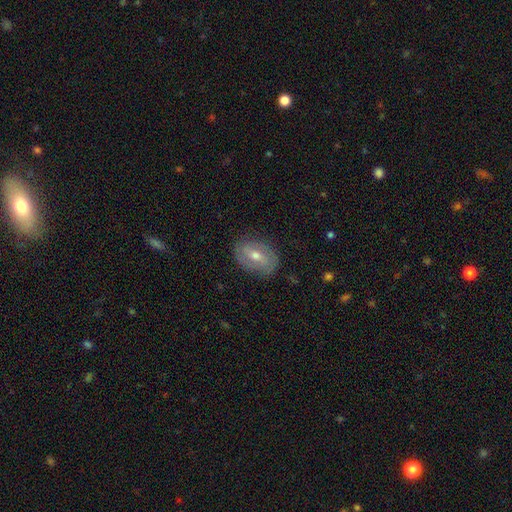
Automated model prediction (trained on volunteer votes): Morphology: type=featured or disk (58%); edge-on=no (93%); bar=weak (45%); spiral arms=yes (64%); bulge=moderate (64%); merging=none (80%).